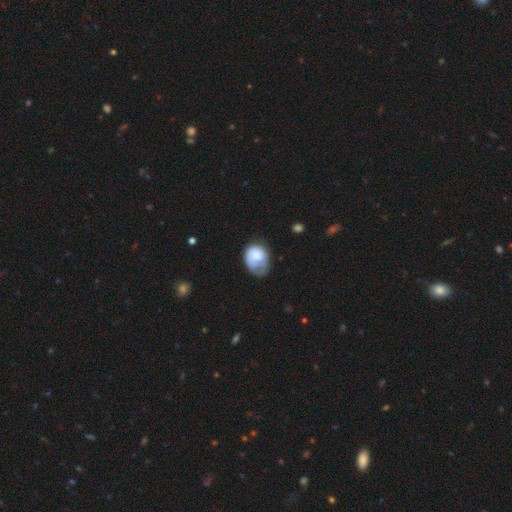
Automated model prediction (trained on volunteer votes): A smooth galaxy with no disk features (63%) that is in between round and cigar-shaped (57%).

Vote fractions:
- Smooth or featured? smooth: 63% / featured or disk: 31% / star or artifact: 6%
- How rounded? in between: 57% / round: 42% / cigar-shaped: 1%
- Merging? minor disturbance: 36% / none: 34% / major disturbance: 28% / merger: 3%